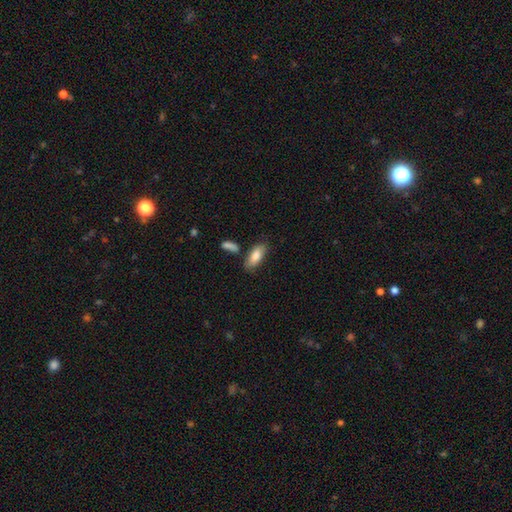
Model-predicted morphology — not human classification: Smooth or featured: smooth — 82% (featured or disk — 12%)
How rounded: in between — 84% (cigar-shaped — 14%)
Merging: none — 69% (minor disturbance — 18%)